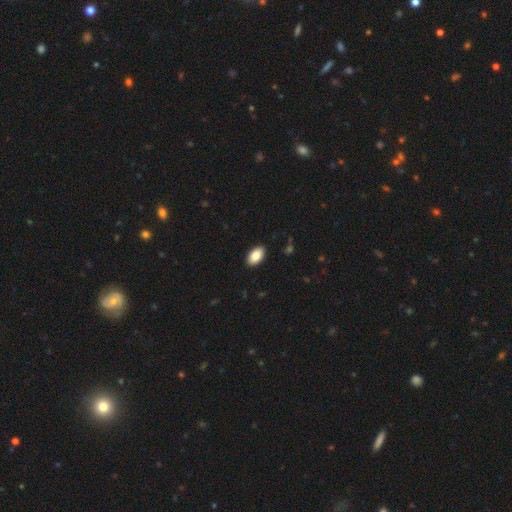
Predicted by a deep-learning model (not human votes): A smooth galaxy with no disk features (86%) that is in between round and cigar-shaped (94%).

Vote fractions:
- Smooth or featured? smooth: 86% / star or artifact: 7% / featured or disk: 7%
- How rounded? in between: 94% / round: 5% / cigar-shaped: 1%
- Merging? none: 90% / minor disturbance: 7% / major disturbance: 2% / merger: 1%